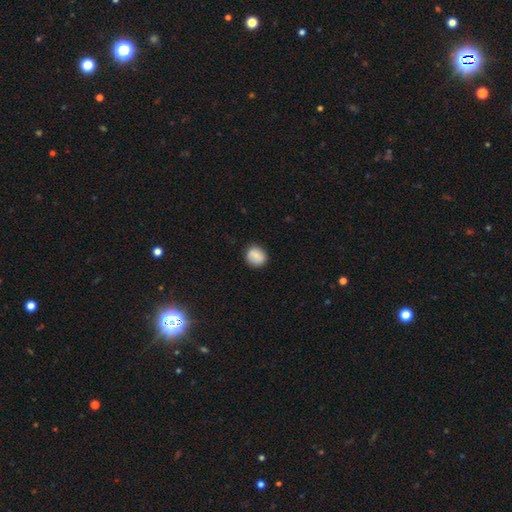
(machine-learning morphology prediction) This appears to be a smooth galaxy with no disk features (78%) that is round (81%). Merging: none (84%).